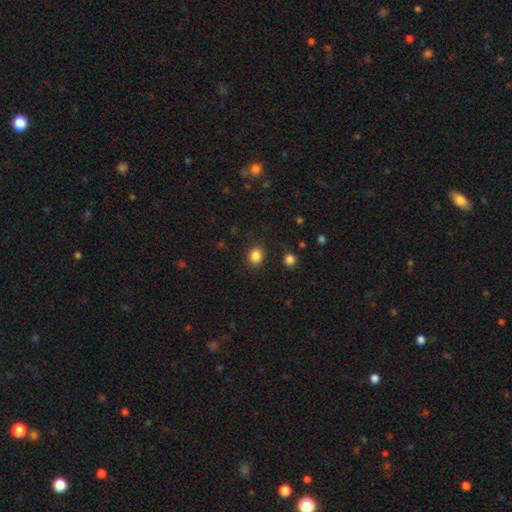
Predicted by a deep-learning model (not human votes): The model was most divided on "how rounded": round: 58%, in between: 42%, cigar-shaped: 1%. More confident: merging — none (86%); smooth or featured — smooth (85%).